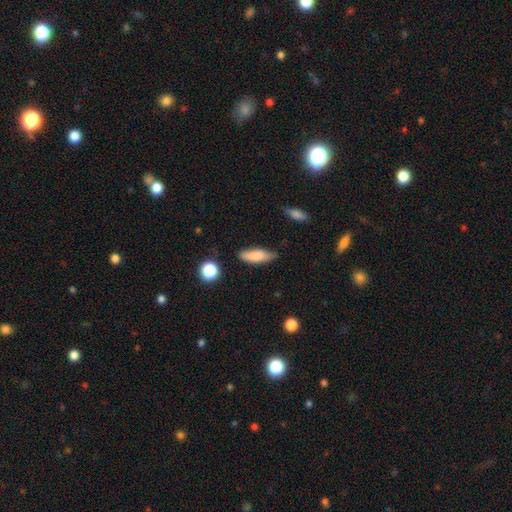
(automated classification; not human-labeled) The model was most divided on "how rounded": in between: 57%, cigar-shaped: 41%, round: 2%. More confident: smooth or featured — smooth (81%); merging — none (70%).